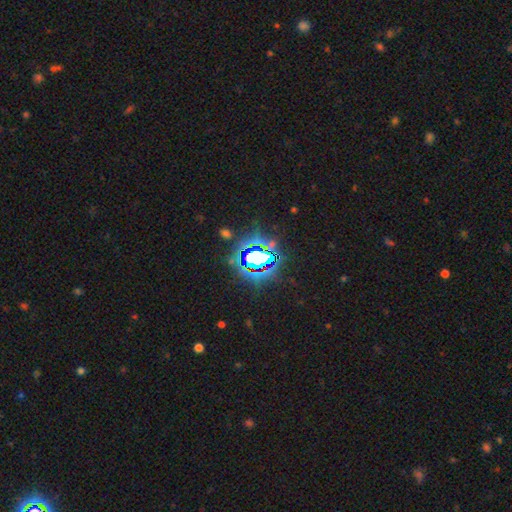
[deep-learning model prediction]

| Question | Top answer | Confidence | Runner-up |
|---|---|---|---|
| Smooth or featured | star or artifact | 74% | smooth (14%) |